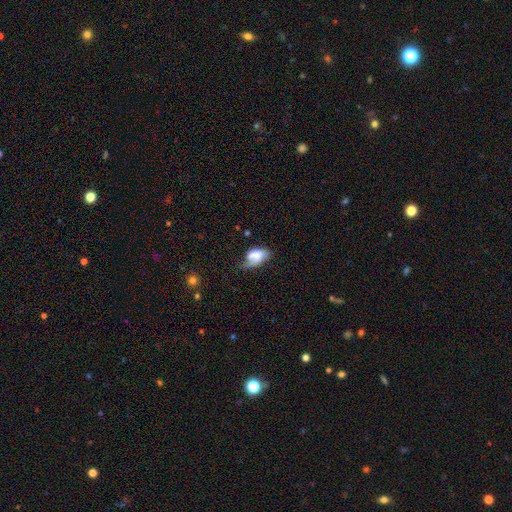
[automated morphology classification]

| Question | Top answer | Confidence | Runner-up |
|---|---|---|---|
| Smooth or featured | smooth | 62% | featured or disk (29%) |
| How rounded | in between | 88% | round (9%) |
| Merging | minor disturbance | 34% | none (30%) |